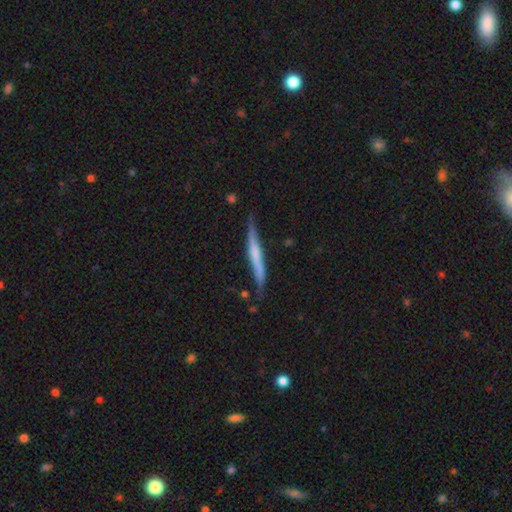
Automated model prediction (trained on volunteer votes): This is possibly a featured or disk galaxy (52%). It is clearly viewed edge-on (94%). Merging: likely none (71%).